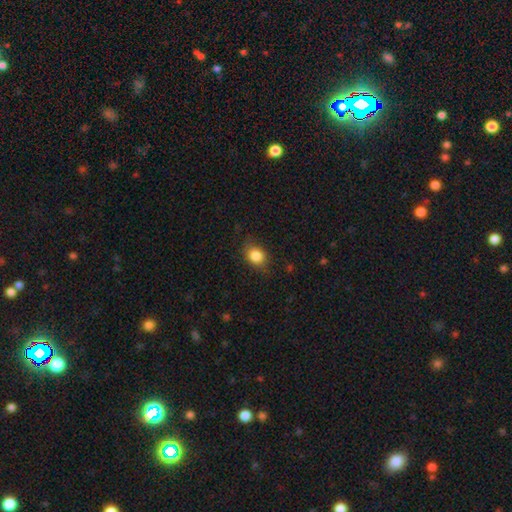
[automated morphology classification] Smooth or featured? Predicted: smooth (p=0.84). How rounded? Predicted: in between (p=0.51). Merging? Predicted: none (p=0.76).